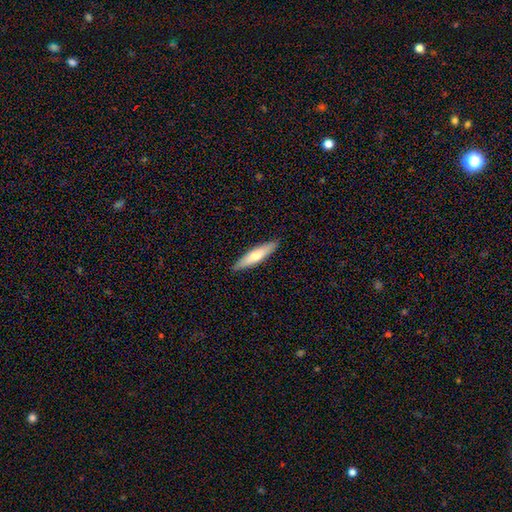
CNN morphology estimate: Smooth or featured? Predicted: smooth (p=0.60). How rounded? Predicted: cigar-shaped (p=0.79). Merging? Predicted: none (p=0.90).